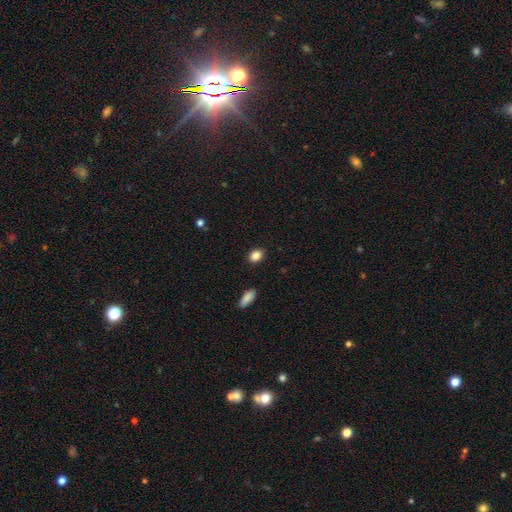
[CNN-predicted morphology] A smooth galaxy with no disk features (86%) that is in between round and cigar-shaped (63%). Merging: none (89%).